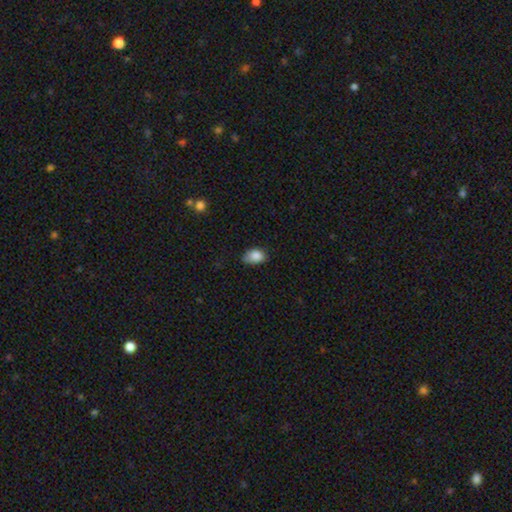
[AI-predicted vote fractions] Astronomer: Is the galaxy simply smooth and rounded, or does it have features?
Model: smooth — 86%.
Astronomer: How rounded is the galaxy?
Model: in between — 81%.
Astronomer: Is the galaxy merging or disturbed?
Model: none — 62%.